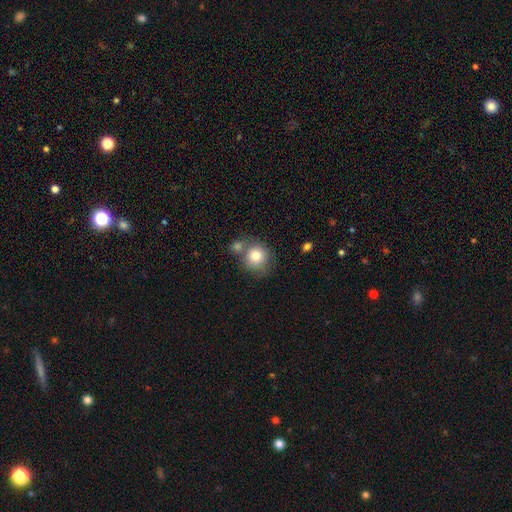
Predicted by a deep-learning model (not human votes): Smooth or featured?
  - smooth: 79% *
  - featured or disk: 12%
  - star or artifact: 9%
How rounded?
  - round: 87% *
  - in between: 12%
  - cigar-shaped: 1%
Merging?
  - none: 53% *
  - merger: 29%
  - minor disturbance: 13%
  - major disturbance: 5%